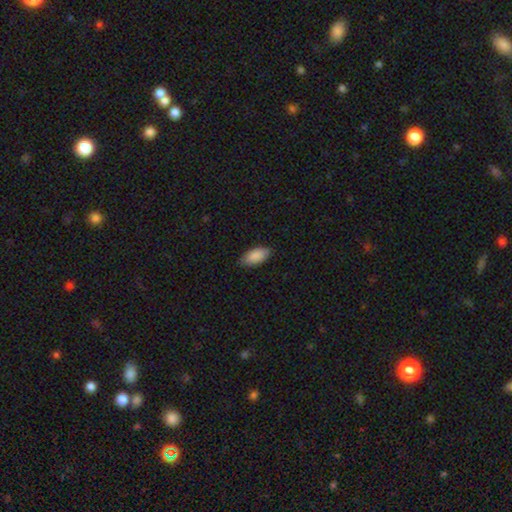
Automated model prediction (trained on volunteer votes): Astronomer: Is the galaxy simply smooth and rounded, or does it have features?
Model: smooth — 89%.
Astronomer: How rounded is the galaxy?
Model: in between — 93%.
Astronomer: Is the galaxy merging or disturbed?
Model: none — 82%.